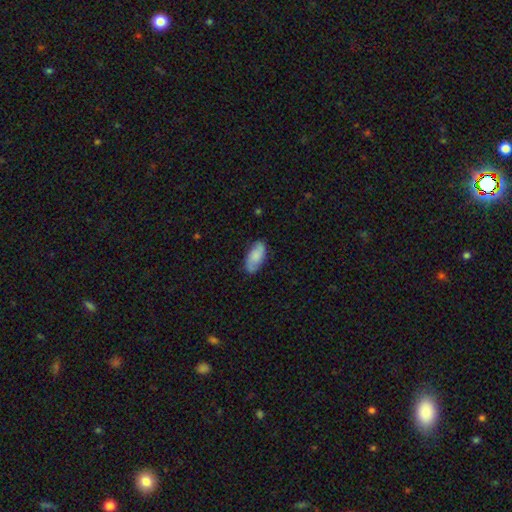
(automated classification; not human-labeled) This appears to be a smooth galaxy with no disk features (70%) that is in between round and cigar-shaped (91%). Merging: none (80%).